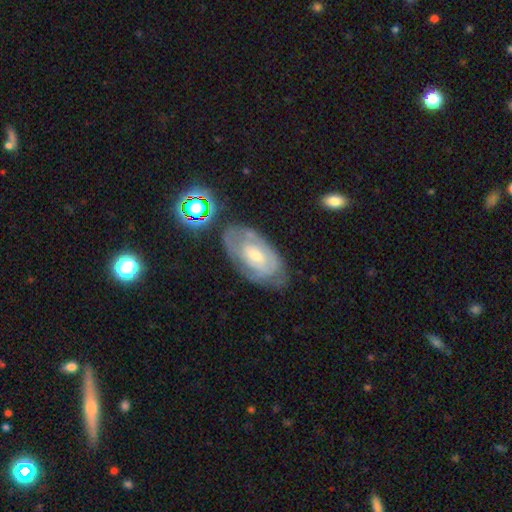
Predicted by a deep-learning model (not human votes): Smooth or featured: featured or disk — 66% (smooth — 26%)
Edge-on disk: no — 93% (yes — 7%)
Bar: no — 65% (weak — 29%)
Spiral arms: yes — 67% (no — 33%)
Bulge size: small — 50% (moderate — 44%)
Merging: none — 63% (minor disturbance — 23%)